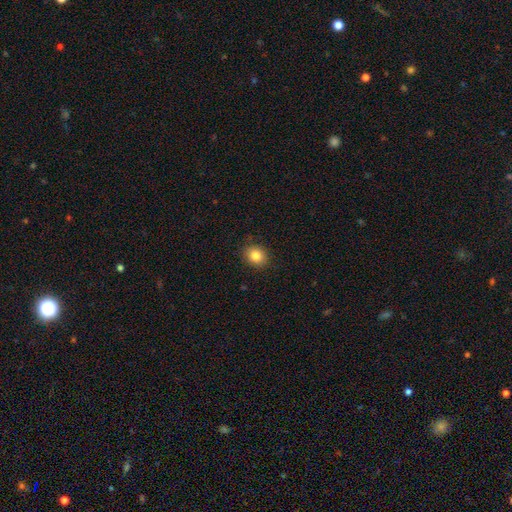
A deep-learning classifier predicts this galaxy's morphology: Q: Smooth or featured?
A: smooth (84%); runner-up: star or artifact (10%)
Q: How rounded?
A: round (63%); runner-up: in between (36%)
Q: Merging?
A: none (88%); runner-up: minor disturbance (9%)